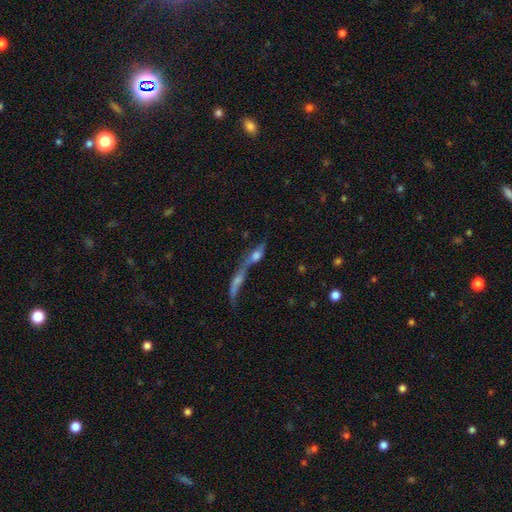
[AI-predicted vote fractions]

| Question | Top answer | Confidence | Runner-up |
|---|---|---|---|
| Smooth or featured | smooth | 45% | featured or disk (41%) |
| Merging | merger | 73% | none (14%) |